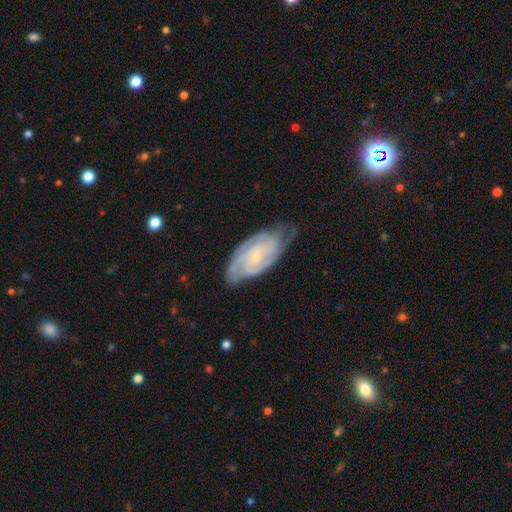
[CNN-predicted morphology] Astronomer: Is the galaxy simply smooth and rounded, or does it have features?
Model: featured or disk — 83%.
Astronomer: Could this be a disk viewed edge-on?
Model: no — 94%.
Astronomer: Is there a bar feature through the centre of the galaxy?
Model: no — 65%.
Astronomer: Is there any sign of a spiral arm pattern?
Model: yes — 96%.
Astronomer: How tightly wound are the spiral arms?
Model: tight — 66%.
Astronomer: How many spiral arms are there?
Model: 2 — 30% (runner-up: can't tell, 28%).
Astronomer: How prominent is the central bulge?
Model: small — 78%.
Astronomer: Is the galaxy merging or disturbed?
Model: none — 67%.